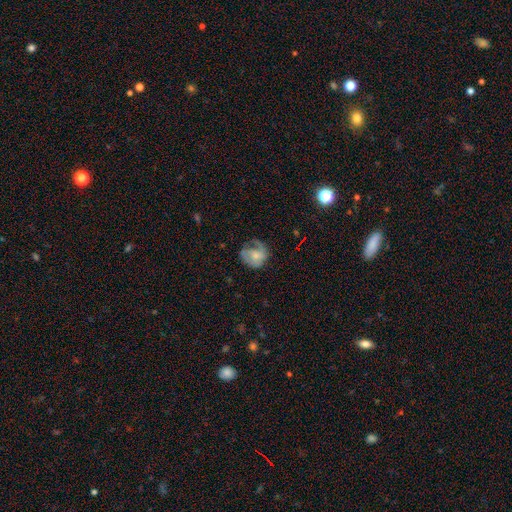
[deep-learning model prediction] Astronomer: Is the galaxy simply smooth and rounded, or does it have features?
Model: featured or disk — 54% (runner-up: smooth, 38%).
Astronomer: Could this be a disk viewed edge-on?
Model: no — 97%.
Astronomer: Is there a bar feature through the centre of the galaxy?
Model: no — 69%.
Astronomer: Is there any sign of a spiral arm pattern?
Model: yes — 75%.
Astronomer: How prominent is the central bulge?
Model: small — 52% (runner-up: moderate, 36%).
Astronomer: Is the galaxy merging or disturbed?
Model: none — 44% (runner-up: major disturbance, 28%).